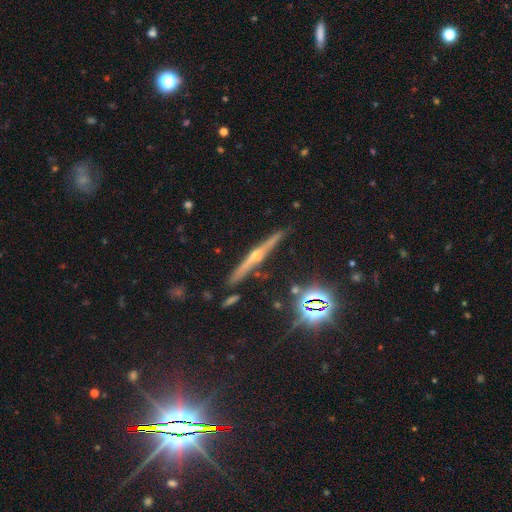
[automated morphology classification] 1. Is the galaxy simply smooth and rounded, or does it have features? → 72% featured or disk, 16% star or artifact, 12% smooth.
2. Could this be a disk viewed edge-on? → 97% yes, 3% no.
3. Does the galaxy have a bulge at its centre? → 90% rounded, 7% none, 3% boxy.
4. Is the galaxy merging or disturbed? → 87% none, 9% minor disturbance, 2% merger, 2% major disturbance.